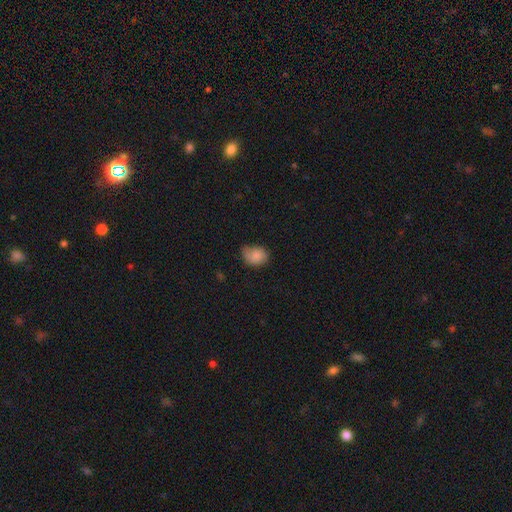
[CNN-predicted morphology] Smooth or featured: smooth — 78% (featured or disk — 14%)
How rounded: in between — 63% (round — 36%)
Merging: none — 53% (minor disturbance — 36%)